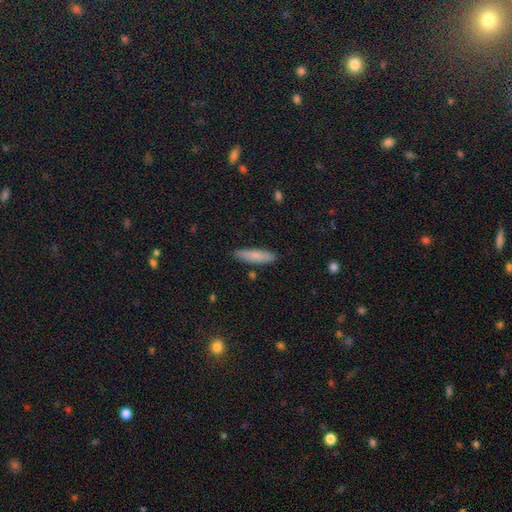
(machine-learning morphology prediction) Smooth or featured? smooth (79%)
How rounded? cigar-shaped (74%)
Merging? none (88%)